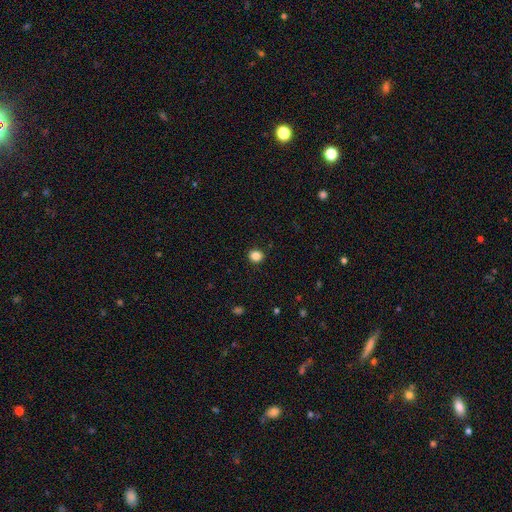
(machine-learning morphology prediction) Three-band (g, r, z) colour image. It shows a smooth galaxy with no disk features (86%) that is round (82%). Merging: none (92%).